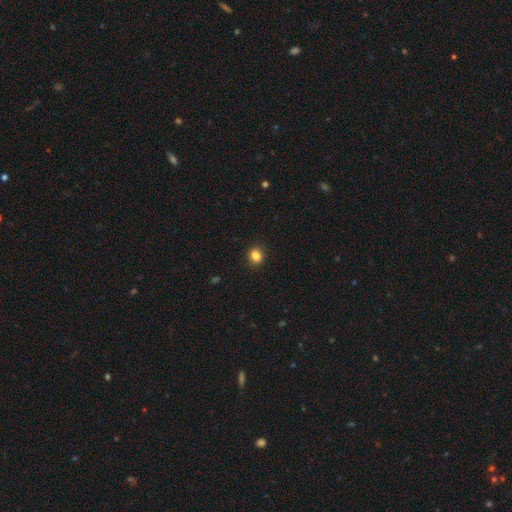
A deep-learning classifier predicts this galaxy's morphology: Smooth or featured?
  - smooth: 85% *
  - star or artifact: 11%
  - featured or disk: 4%
How rounded?
  - round: 71% *
  - in between: 28%
  - cigar-shaped: 1%
Merging?
  - none: 91% *
  - minor disturbance: 6%
  - major disturbance: 2%
  - merger: 1%